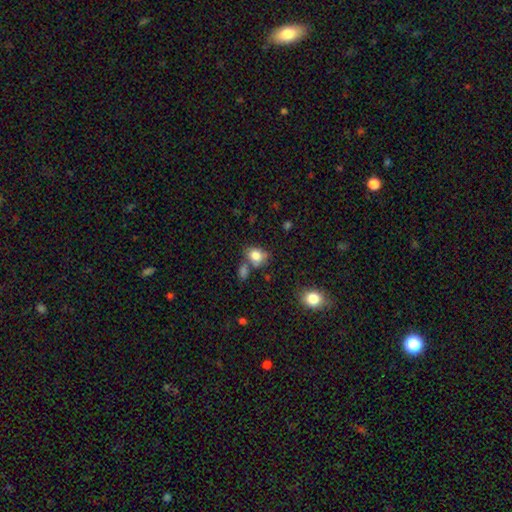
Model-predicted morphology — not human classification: Smooth or featured? smooth (81%)
How rounded? in between (55%)
Merging? none (50%)